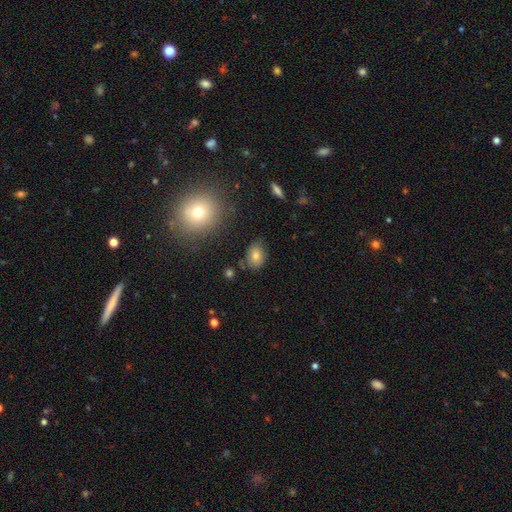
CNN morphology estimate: Smooth or featured? Predicted: smooth (p=0.76). How rounded? Predicted: in between (p=0.72). Merging? Predicted: none (p=0.70).